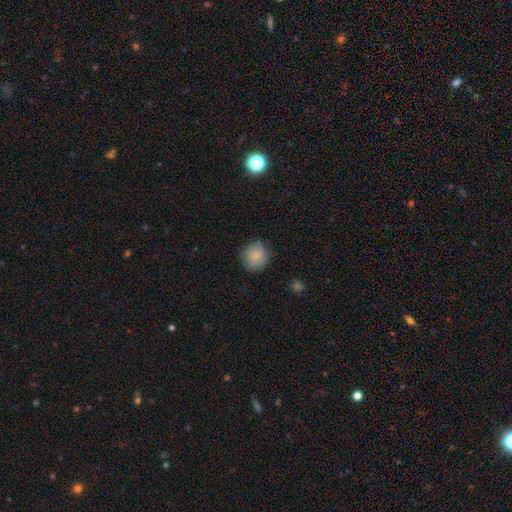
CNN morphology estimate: smooth 86%, star or artifact 8%, featured or disk 6%. Down the decision tree: how rounded — round (91%); merging — none (82%).